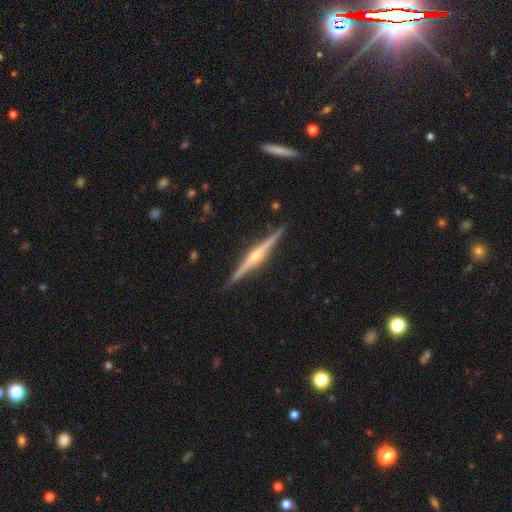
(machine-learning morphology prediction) Smooth or featured?
  - featured or disk: 86% *
  - smooth: 9%
  - star or artifact: 5%
Edge-on disk?
  - yes: 98% *
  - no: 2%
Edge-on bulge?
  - rounded: 92% *
  - none: 4%
  - boxy: 4%
Merging?
  - none: 90% *
  - minor disturbance: 7%
  - major disturbance: 1%
  - merger: 1%